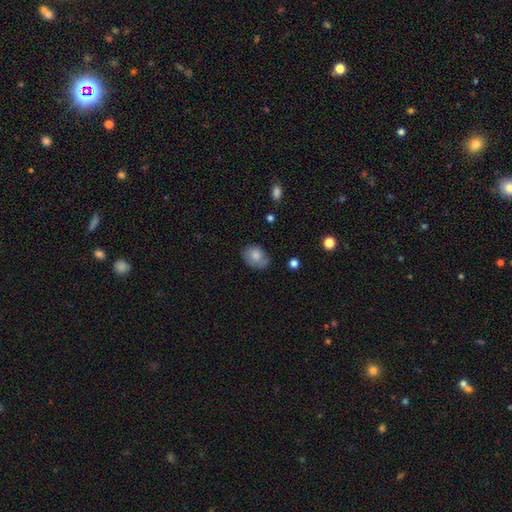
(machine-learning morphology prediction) The model was most divided on "merging": none: 62%, minor disturbance: 28%, major disturbance: 8%, merger: 2%. More confident: smooth or featured — smooth (71%); how rounded — in between (68%).